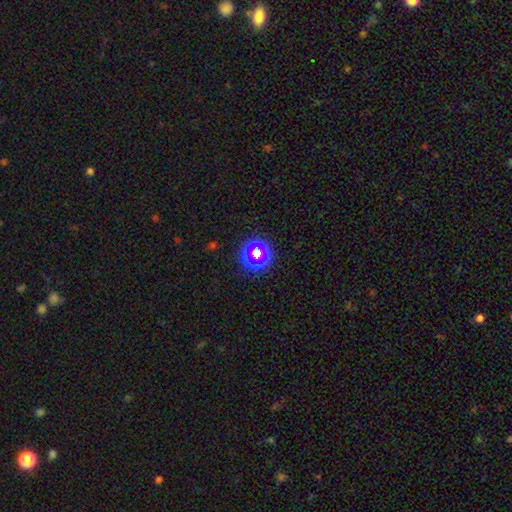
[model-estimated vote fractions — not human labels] Smooth or featured? star or artifact (46%)